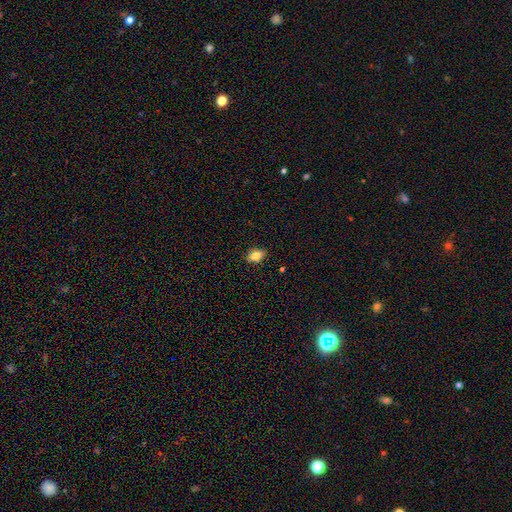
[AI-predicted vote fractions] This is clearly a smooth galaxy (81%). How rounded: clearly in between (83%). Merging: clearly none (86%).